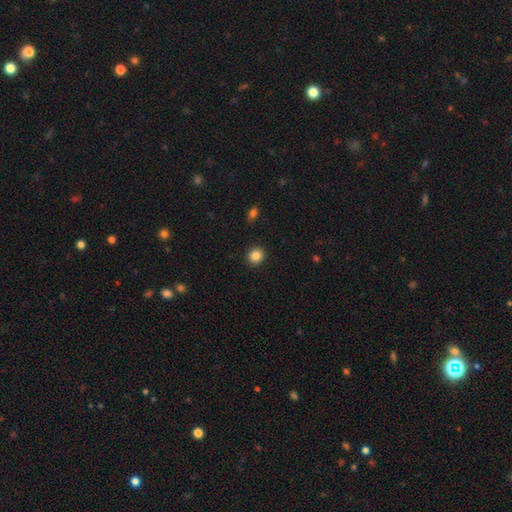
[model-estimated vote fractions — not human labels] Overall: smooth (86%). How rounded: round (87%). Merging: none (92%).